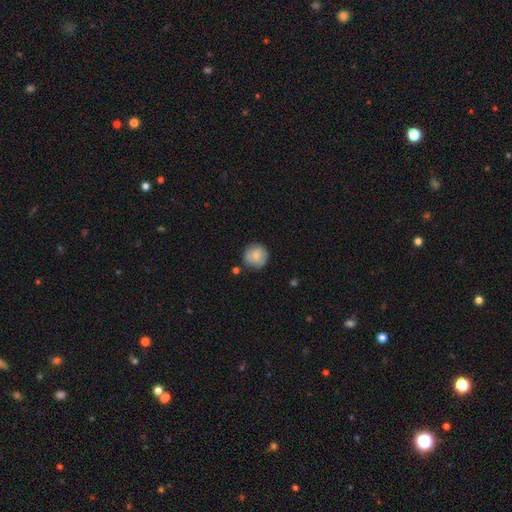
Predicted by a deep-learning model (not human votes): Overall: smooth (77%). How rounded: round (93%). Merging: none (78%).